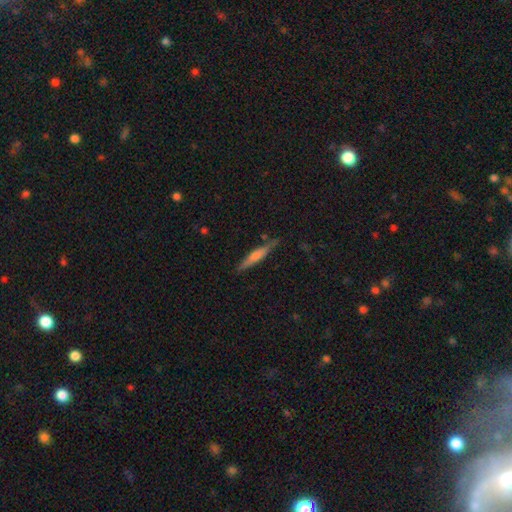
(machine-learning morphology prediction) This is possibly a smooth galaxy (52%). How rounded: clearly cigar-shaped (91%). Merging: clearly none (82%).